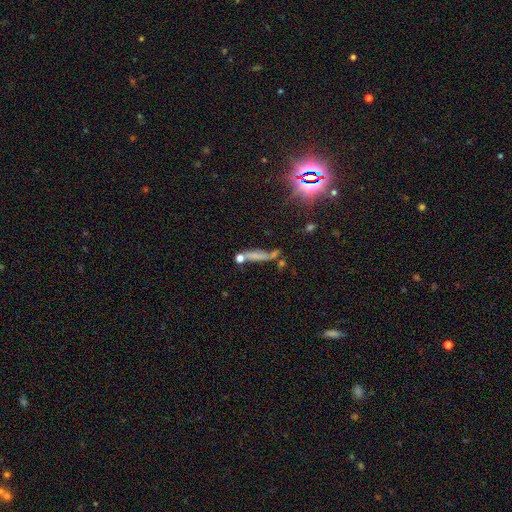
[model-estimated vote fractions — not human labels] This appears to be a smooth galaxy with no disk features (58%) that is cigar-shaped (73%). Merging: none (43%).